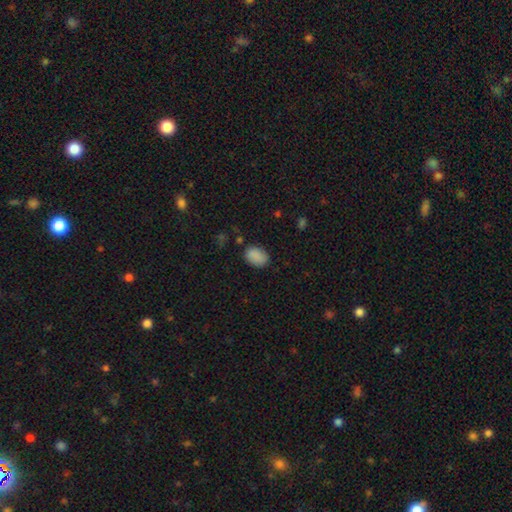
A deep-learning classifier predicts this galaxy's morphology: Smooth or featured: smooth — 88% (star or artifact — 8%)
How rounded: in between — 79% (round — 20%)
Merging: none — 80% (minor disturbance — 15%)